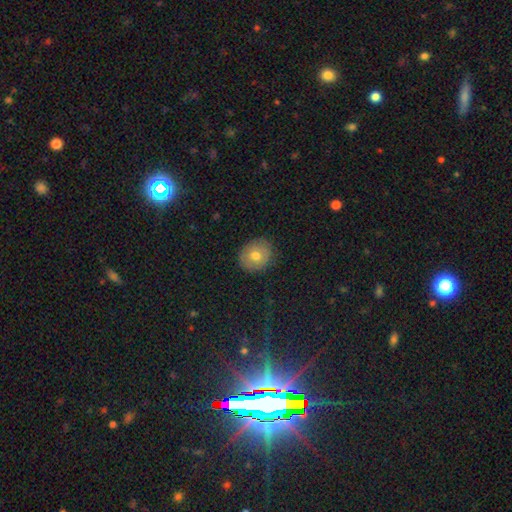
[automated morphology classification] This is likely a smooth galaxy (69%). How rounded: likely round (73%). Merging: clearly none (86%).